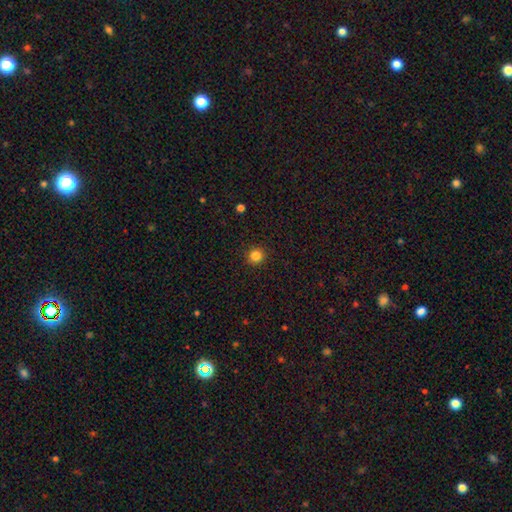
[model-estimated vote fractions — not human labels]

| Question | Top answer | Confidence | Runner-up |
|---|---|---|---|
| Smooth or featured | smooth | 84% | star or artifact (12%) |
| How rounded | round | 94% | in between (5%) |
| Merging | none | 92% | minor disturbance (5%) |